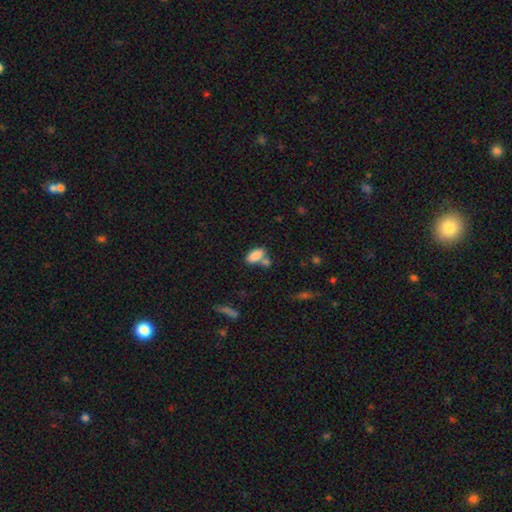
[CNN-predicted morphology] This is clearly a smooth galaxy (86%). How rounded: clearly in between (89%). Merging: possibly none (53%).